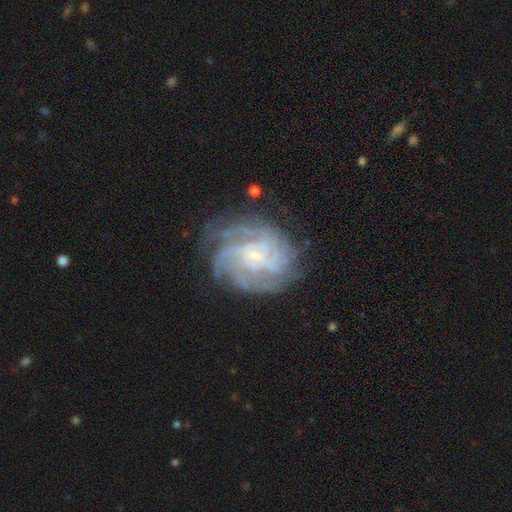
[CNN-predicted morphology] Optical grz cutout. It shows a featured or disk galaxy (85%) with no bar (66%), 4 (27%, tied with can't tell) tight (64%) spiral arms (96%) and a small central bulge (78%). Merging: none (73%).